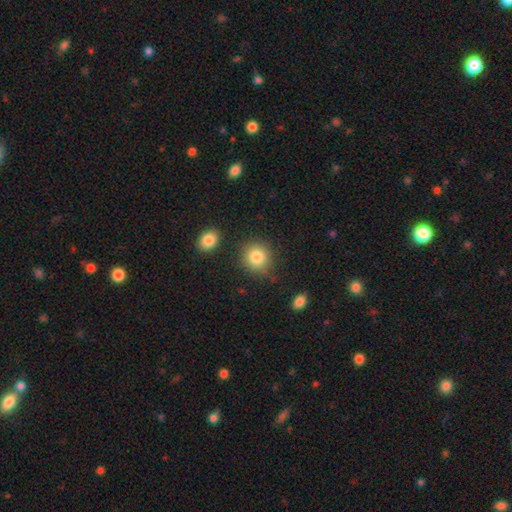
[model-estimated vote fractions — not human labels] Smooth or featured: smooth — 84% (star or artifact — 9%)
How rounded: round — 87% (in between — 12%)
Merging: none — 83% (minor disturbance — 10%)